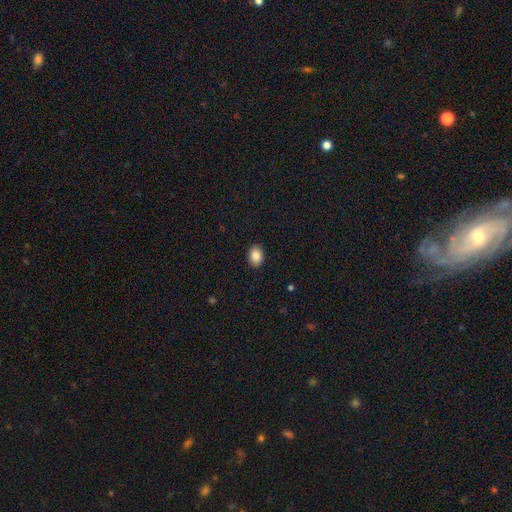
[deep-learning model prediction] A smooth galaxy with no disk features (87%) that is in between round and cigar-shaped (75%).

Vote fractions:
- Smooth or featured? smooth: 87% / star or artifact: 8% / featured or disk: 5%
- How rounded? in between: 75% / round: 24% / cigar-shaped: 1%
- Merging? none: 90% / minor disturbance: 7% / major disturbance: 2% / merger: 1%